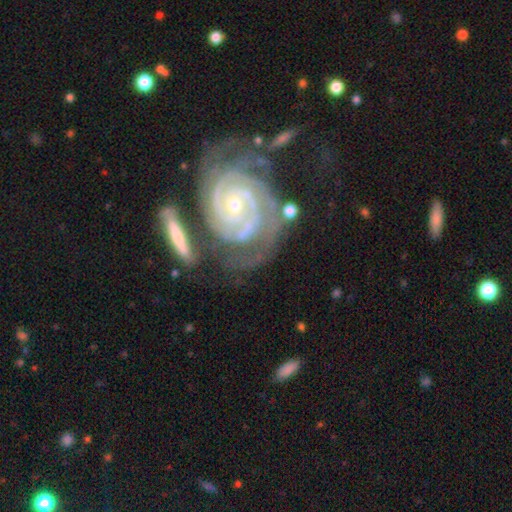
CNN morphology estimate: smooth-or-featured: featured or disk: 92% | star or artifact: 5% | smooth: 3%
  disk-edge-on: no: 97% | yes: 3%
    bar: no: 62% | weak: 24% | strong: 14%
    has-spiral-arms: yes: 98% | no: 2%
      spiral-winding: tight: 82% | medium: 16% | loose: 2%
      spiral-arm-count: 2: 50% | 3: 22% | can't tell: 11% | 4: 8% | more than 4: 5% | 1: 5%
    bulge-size: small: 67% | moderate: 30% | large: 1% | none: 1% | dominant: 1%
  merging: none: 55% | minor disturbance: 20% | merger: 14% | major disturbance: 11%